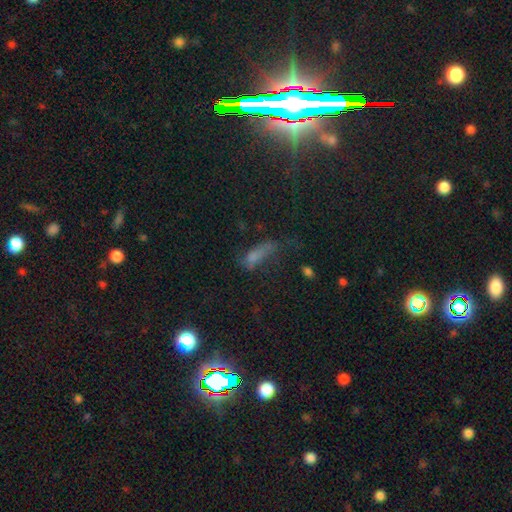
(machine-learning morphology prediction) A smooth galaxy with no disk features (59%) that is in between round and cigar-shaped (51%). Merging: none (34%).